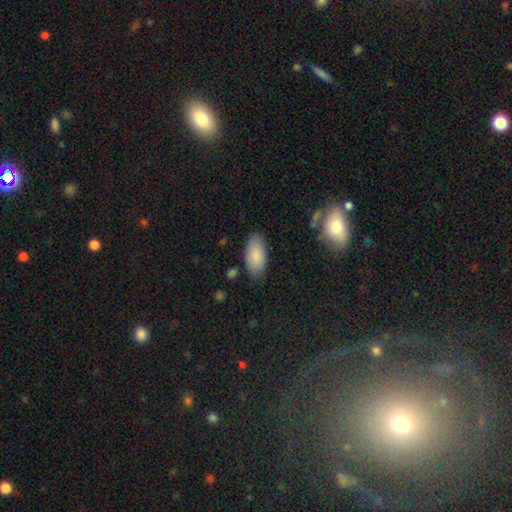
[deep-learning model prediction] Smooth or featured? Predicted: smooth (p=0.87). How rounded? Predicted: in between (p=0.91). Merging? Predicted: none (p=0.82).